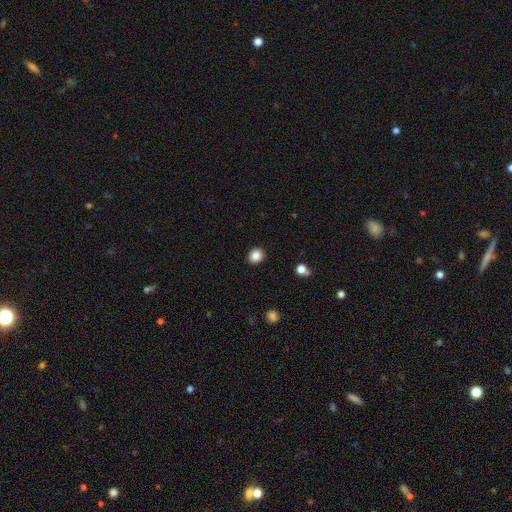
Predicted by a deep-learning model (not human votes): The model was most divided on "how rounded": round: 81%, in between: 18%, cigar-shaped: 1%. More confident: merging — none (92%); smooth or featured — smooth (85%).